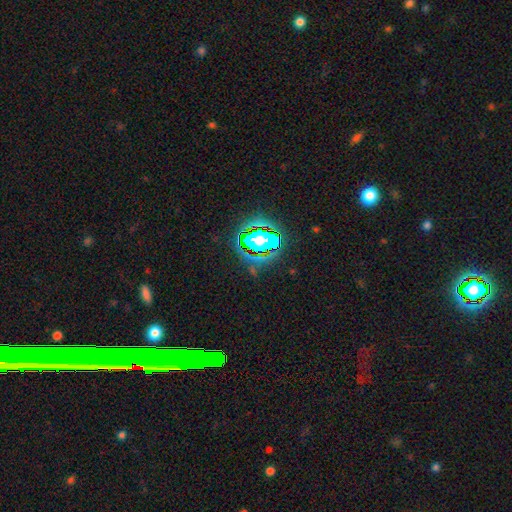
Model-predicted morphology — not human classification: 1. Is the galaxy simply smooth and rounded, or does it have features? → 75% star or artifact, 13% smooth, 12% featured or disk.